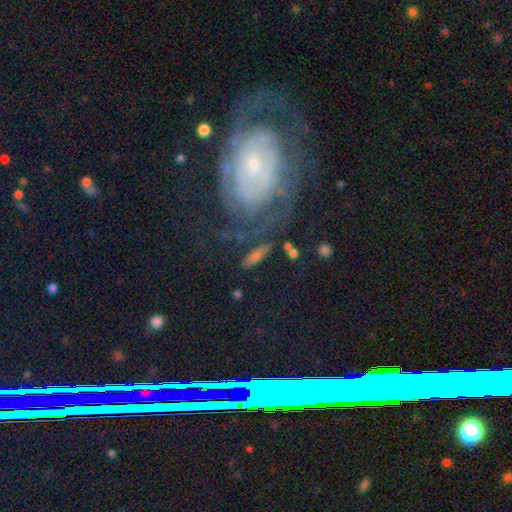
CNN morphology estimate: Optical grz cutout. It shows a featured or disk galaxy (61%) with no bar (63%), spiral arms (85%) and a small central bulge (70%). Merging: none (67%).